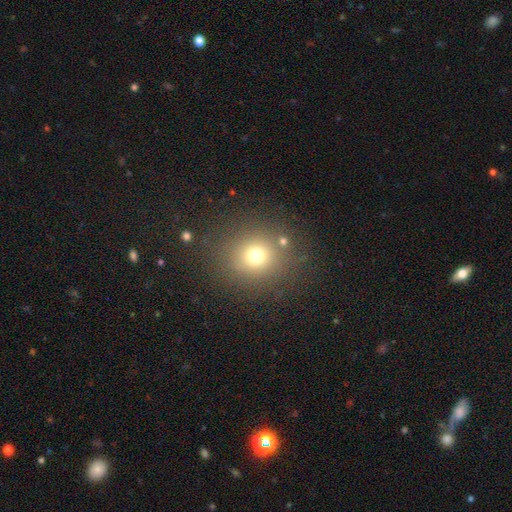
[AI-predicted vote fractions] This appears to be a smooth galaxy with no disk features (71%) that is round (83%). Merging: none (81%).